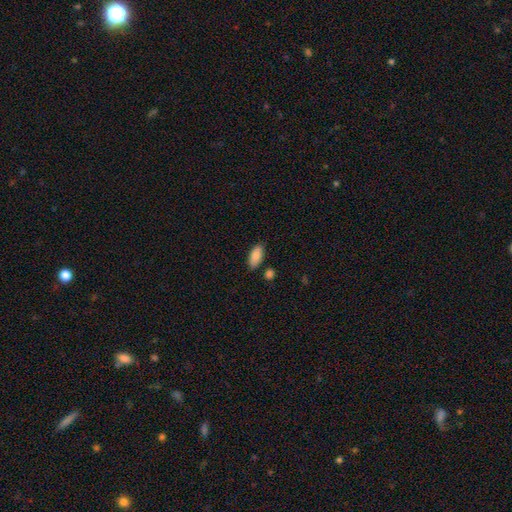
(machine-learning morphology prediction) This is clearly a smooth galaxy (88%). How rounded: clearly in between (88%). Merging: likely none (80%).